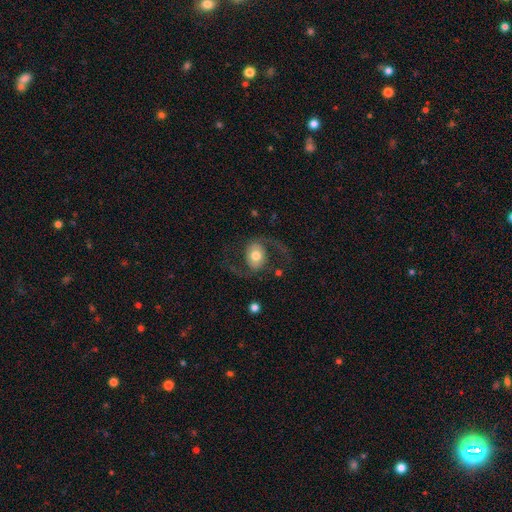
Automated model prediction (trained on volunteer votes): smooth-or-featured: featured or disk: 74% | smooth: 19% | star or artifact: 7%
  disk-edge-on: no: 97% | yes: 3%
    bar: no: 63% | weak: 26% | strong: 11%
    has-spiral-arms: yes: 90% | no: 10%
      spiral-winding: loose: 66% | medium: 28% | tight: 6%
      spiral-arm-count: 2: 93% | 1: 2% | can't tell: 2% | 3: 1% | 4: 1% | more than 4: 1%
    bulge-size: moderate: 62% | large: 23% | small: 9% | dominant: 4% | none: 2%
  merging: none: 69% | major disturbance: 17% | minor disturbance: 12% | merger: 2%